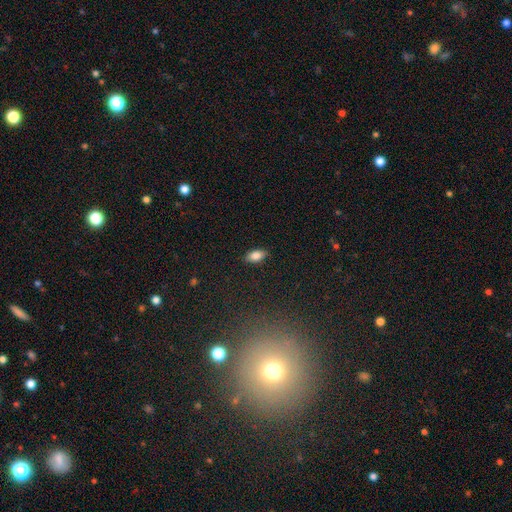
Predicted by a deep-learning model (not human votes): This appears to be a smooth galaxy with no disk features (85%) that is in between round and cigar-shaped (91%). Merging: none (87%).